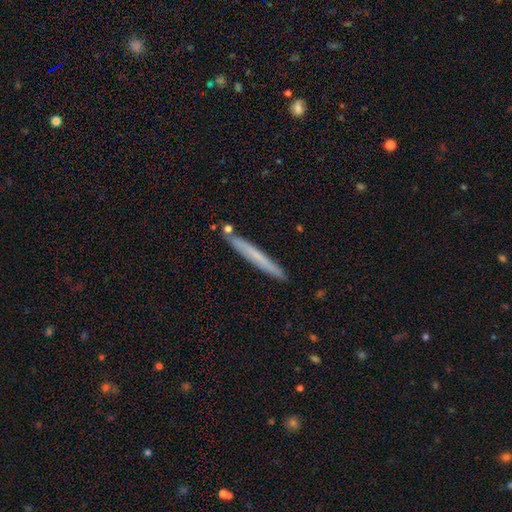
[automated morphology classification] smooth-or-featured: smooth: 61% | featured or disk: 33% | star or artifact: 7%
  how-rounded: cigar-shaped: 97% | in between: 2% | round: 1%
  merging: none: 87% | minor disturbance: 8% | merger: 3% | major disturbance: 2%